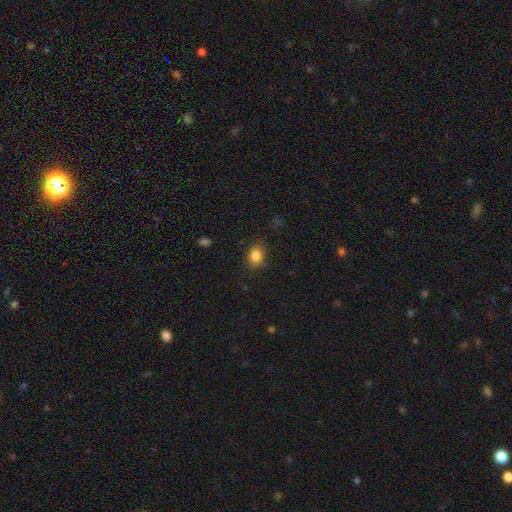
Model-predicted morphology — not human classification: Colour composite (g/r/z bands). It shows a smooth galaxy with no disk features (84%) that is in between round and cigar-shaped (67%). Merging: none (81%).